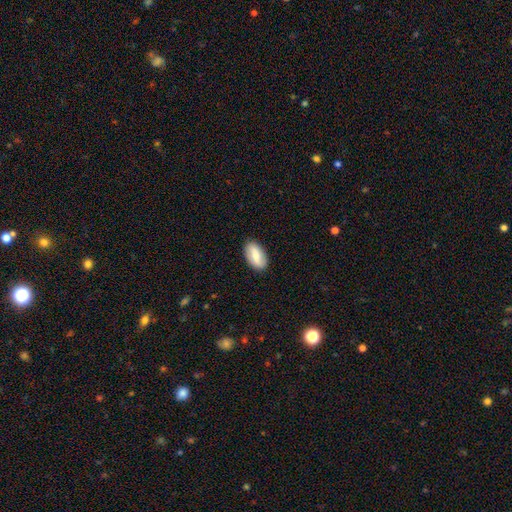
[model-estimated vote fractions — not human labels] A smooth galaxy with no disk features (64%) that is in between round and cigar-shaped (93%). Merging: none (87%).